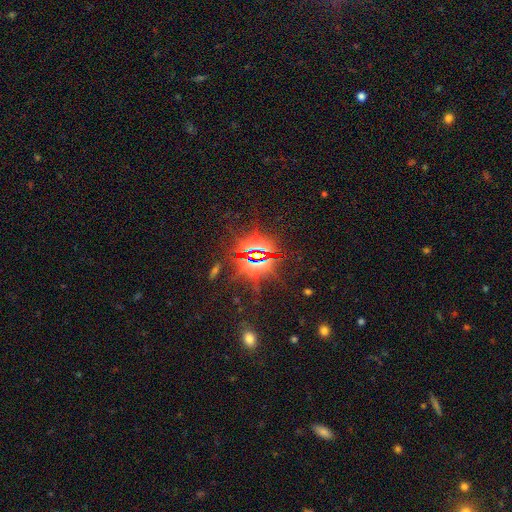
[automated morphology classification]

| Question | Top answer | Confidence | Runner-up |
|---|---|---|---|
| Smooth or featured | star or artifact | 84% | smooth (8%) |